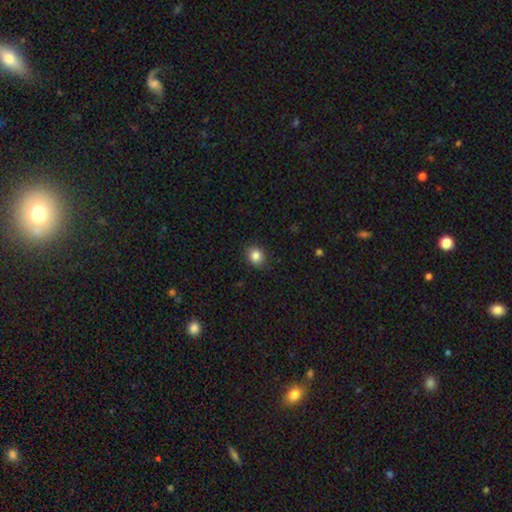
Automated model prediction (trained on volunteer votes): smooth 85%, star or artifact 10%, featured or disk 5%. Down the decision tree: how rounded — round (64%); merging — none (86%).